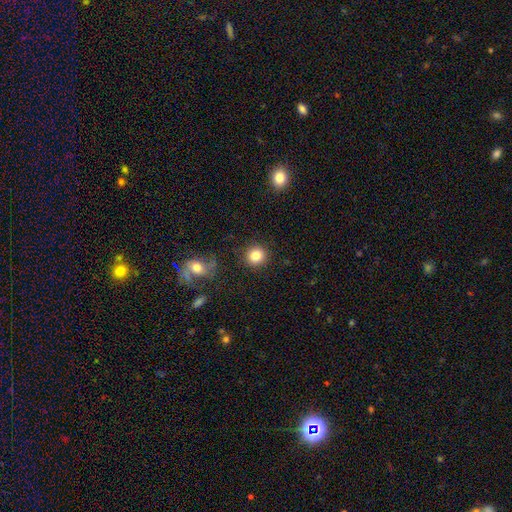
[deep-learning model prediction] smooth_or_featured: smooth (p=0.84) [alt: star or artifact p=0.10]
how_rounded: round (p=0.92) [alt: in between p=0.07]
merging: none (p=0.88) [alt: minor disturbance p=0.07]